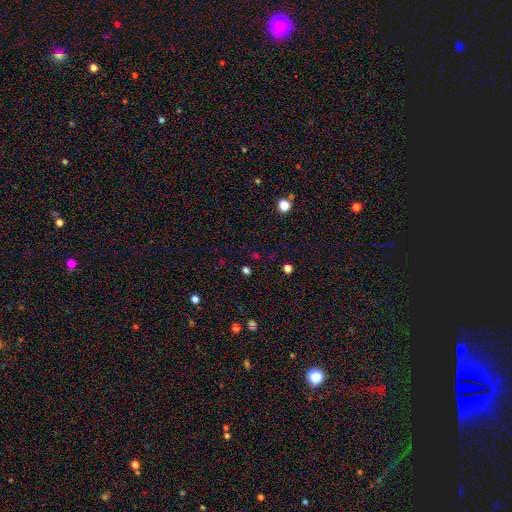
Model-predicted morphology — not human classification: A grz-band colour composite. It shows a smooth galaxy with no disk features (51%) that is round (73%). Merging: none (84%).